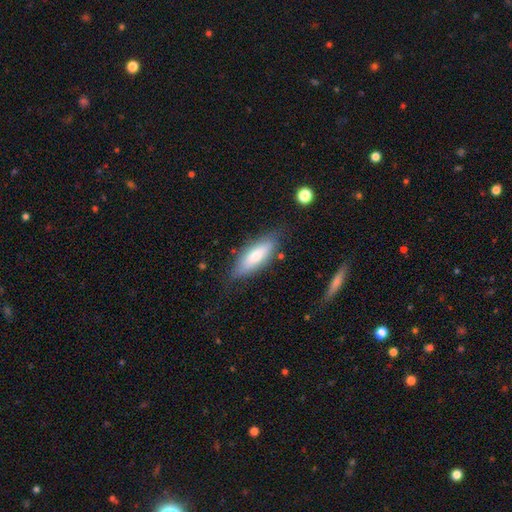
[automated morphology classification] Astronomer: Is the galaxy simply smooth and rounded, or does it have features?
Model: smooth — 69%.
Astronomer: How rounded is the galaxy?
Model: in between — 63%.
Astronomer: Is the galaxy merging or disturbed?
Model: none — 75%.